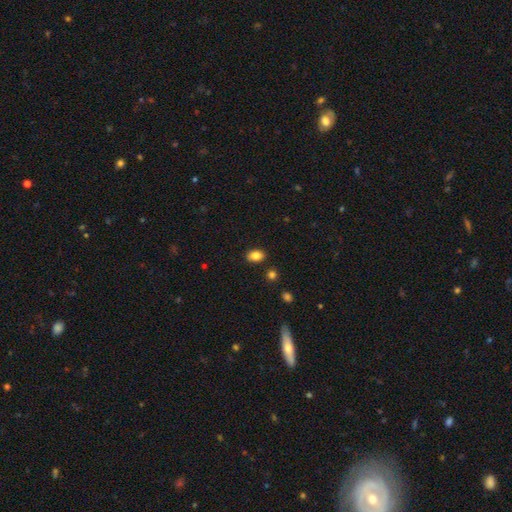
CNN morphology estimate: smooth_or_featured: smooth (p=0.85) [alt: star or artifact p=0.09]
how_rounded: in between (p=0.82) [alt: round p=0.17]
merging: none (p=0.86) [alt: minor disturbance p=0.09]